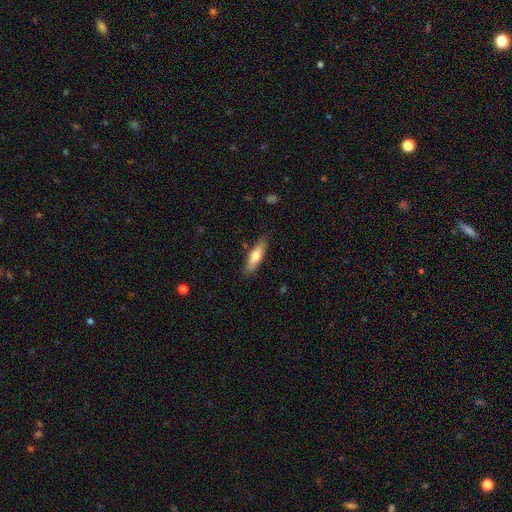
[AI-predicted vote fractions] A smooth galaxy with no disk features (69%) that is cigar-shaped (57%).

Vote fractions:
- Smooth or featured? smooth: 69% / featured or disk: 25% / star or artifact: 6%
- How rounded? cigar-shaped: 57% / in between: 41% / round: 2%
- Merging? none: 84% / minor disturbance: 12% / major disturbance: 2% / merger: 2%